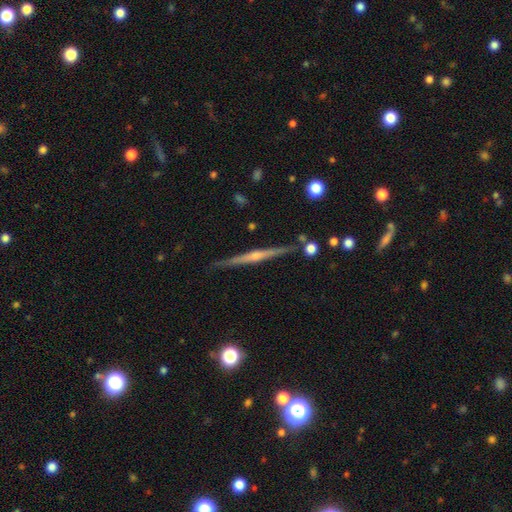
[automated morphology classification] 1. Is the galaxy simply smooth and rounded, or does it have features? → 80% featured or disk, 12% smooth, 8% star or artifact.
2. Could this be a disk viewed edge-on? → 98% yes, 2% no.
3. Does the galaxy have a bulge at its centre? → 77% rounded, 14% none, 9% boxy.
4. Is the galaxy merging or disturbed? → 88% none, 8% minor disturbance, 2% merger, 2% major disturbance.